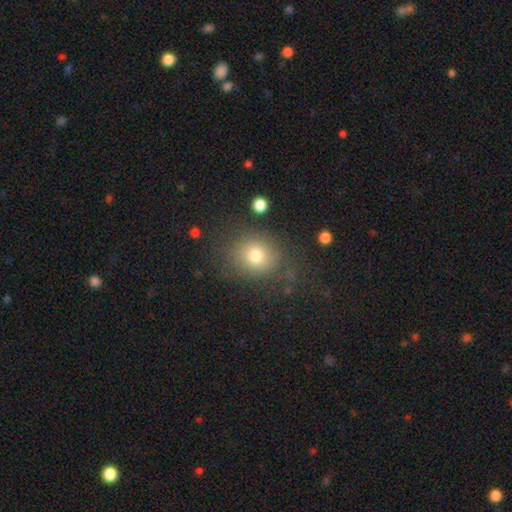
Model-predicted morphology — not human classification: Smooth or featured? smooth (75%)
How rounded? round (69%)
Merging? none (76%)